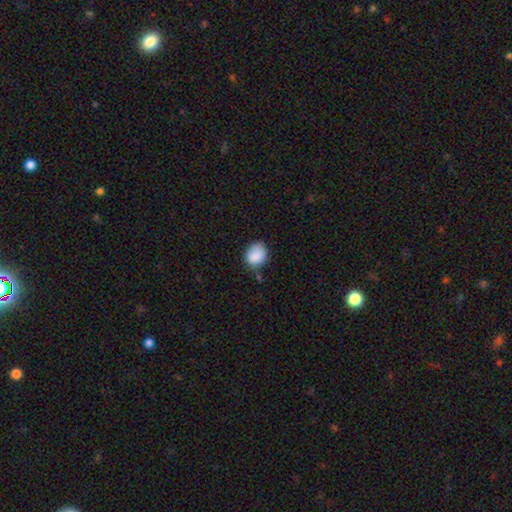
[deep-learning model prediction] Morphology: type=smooth (88%); roundness=round (51%); merging=none (69%).